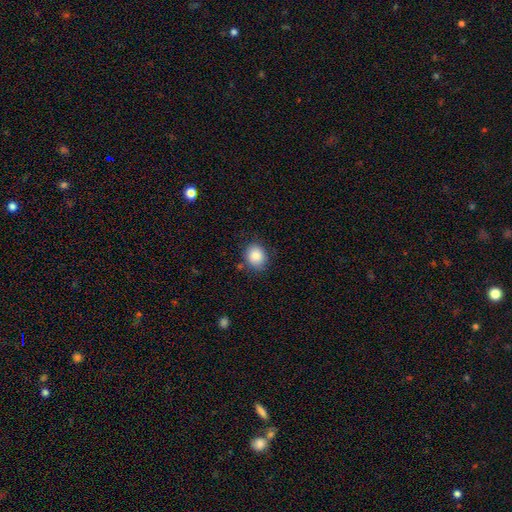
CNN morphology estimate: Smooth or featured: smooth — 87% (star or artifact — 8%)
How rounded: round — 62% (in between — 37%)
Merging: none — 80% (minor disturbance — 14%)